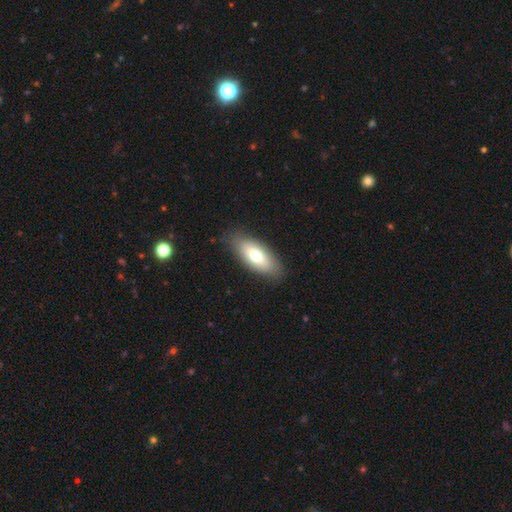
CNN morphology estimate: A smooth galaxy with no disk features (69%) that is in between round and cigar-shaped (84%). Merging: none (84%).